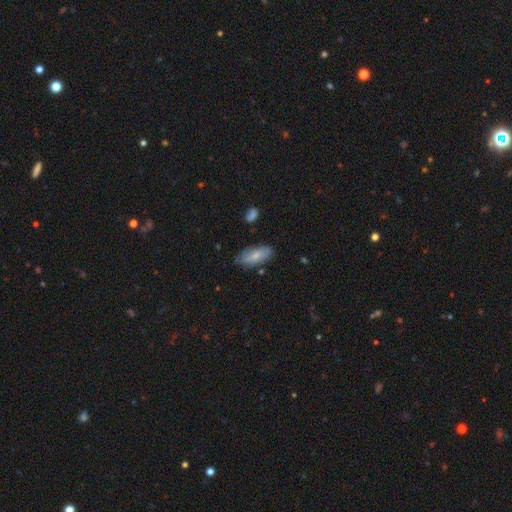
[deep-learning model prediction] Smooth or featured?
  - smooth: 66% *
  - featured or disk: 28%
  - star or artifact: 6%
How rounded?
  - in between: 83% *
  - cigar-shaped: 14%
  - round: 3%
Merging?
  - none: 72% *
  - minor disturbance: 21%
  - major disturbance: 4%
  - merger: 3%